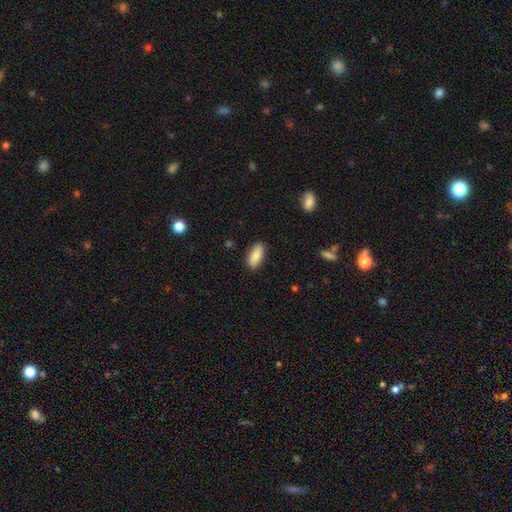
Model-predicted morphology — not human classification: A smooth galaxy with no disk features (83%) that is in between round and cigar-shaped (78%).

Vote fractions:
- Smooth or featured? smooth: 83% / featured or disk: 11% / star or artifact: 6%
- How rounded? in between: 78% / cigar-shaped: 20% / round: 2%
- Merging? none: 87% / minor disturbance: 10% / major disturbance: 2% / merger: 1%